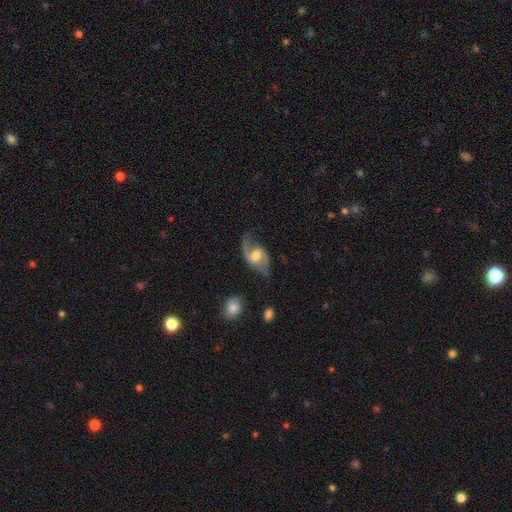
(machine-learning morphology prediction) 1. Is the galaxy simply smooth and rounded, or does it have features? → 85% featured or disk, 10% smooth, 5% star or artifact.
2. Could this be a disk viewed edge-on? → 97% no, 3% yes.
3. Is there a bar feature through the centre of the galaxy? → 47% weak, 40% no, 13% strong.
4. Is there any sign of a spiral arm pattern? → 95% yes, 5% no.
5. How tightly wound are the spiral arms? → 51% loose, 40% medium, 9% tight.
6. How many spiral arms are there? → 86% 2, 8% 1, 3% can't tell, 1% 3, 1% 4, 1% more than 4.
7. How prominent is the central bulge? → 64% moderate, 17% large, 15% small, 3% none, 1% dominant.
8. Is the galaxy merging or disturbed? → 63% none, 21% minor disturbance, 14% major disturbance, 2% merger.